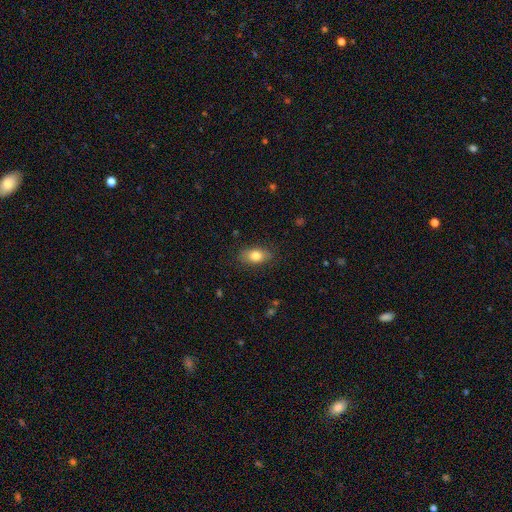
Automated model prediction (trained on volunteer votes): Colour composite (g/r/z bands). It shows a smooth galaxy with no disk features (80%) that is in between round and cigar-shaped (86%). Merging: none (84%).